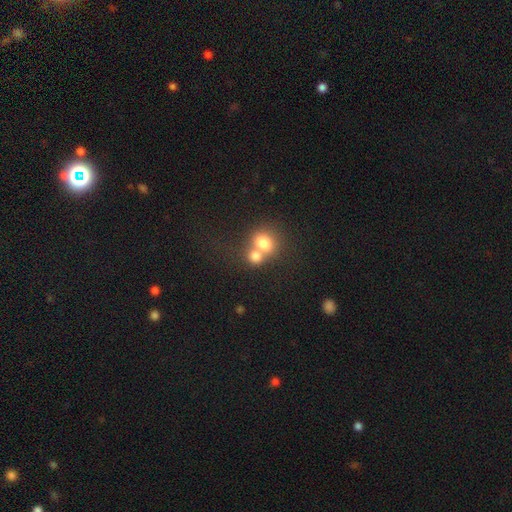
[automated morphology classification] This is likely a smooth galaxy (76%). How rounded: likely round (62%). Merging: likely merger (62%).